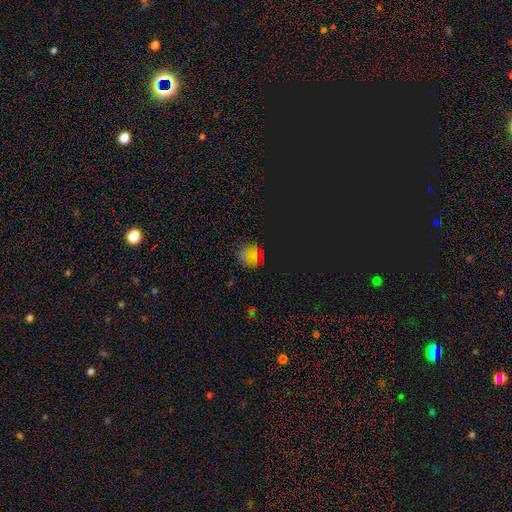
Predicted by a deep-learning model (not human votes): A star or artifact, not a galaxy (49%).

Vote fractions:
- Smooth or featured? star or artifact: 49% / smooth: 40% / featured or disk: 10%